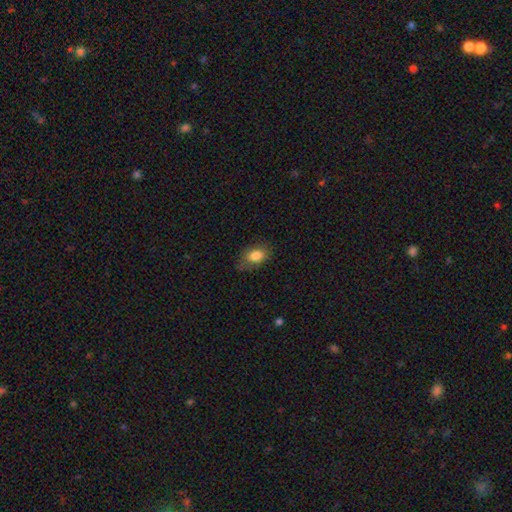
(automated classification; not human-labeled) This is clearly a smooth galaxy (82%). How rounded: clearly in between (84%). Merging: likely none (68%).